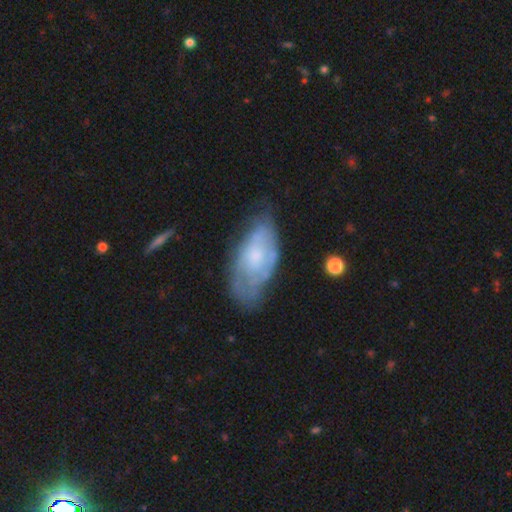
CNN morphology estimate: Smooth or featured? featured or disk (63%)
Edge-on disk? no (92%)
Bar? no (75%)
Spiral arms? yes (70%)
Bulge size? small (46%)
Merging? none (55%)